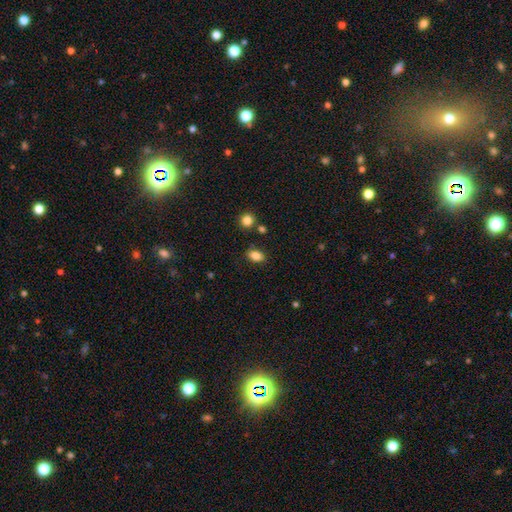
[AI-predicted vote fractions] The model was most divided on "how rounded": in between: 83%, round: 15%, cigar-shaped: 2%. More confident: smooth or featured — smooth (85%); merging — none (83%).